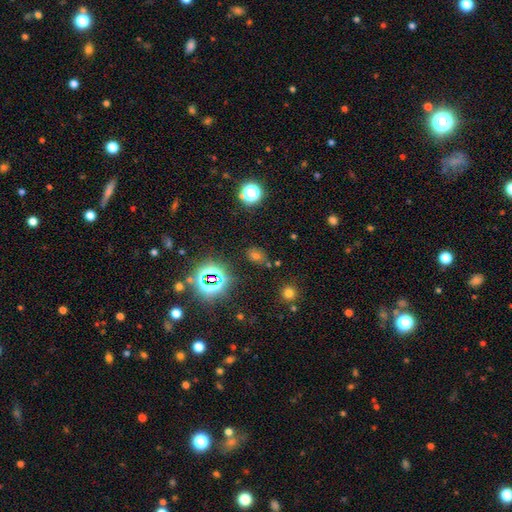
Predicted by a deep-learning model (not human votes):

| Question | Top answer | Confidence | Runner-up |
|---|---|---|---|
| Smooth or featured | smooth | 47% | star or artifact (45%) |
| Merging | none | 80% | minor disturbance (12%) |